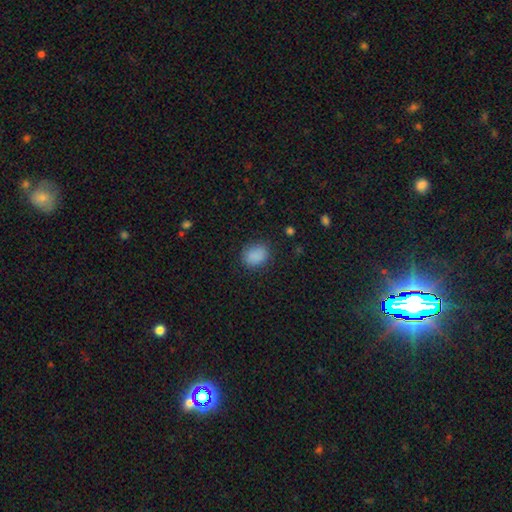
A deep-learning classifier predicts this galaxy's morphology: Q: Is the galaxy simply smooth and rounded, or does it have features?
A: smooth — 87%.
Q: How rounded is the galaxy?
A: in between — 53%.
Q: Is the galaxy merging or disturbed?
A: none — 81%.